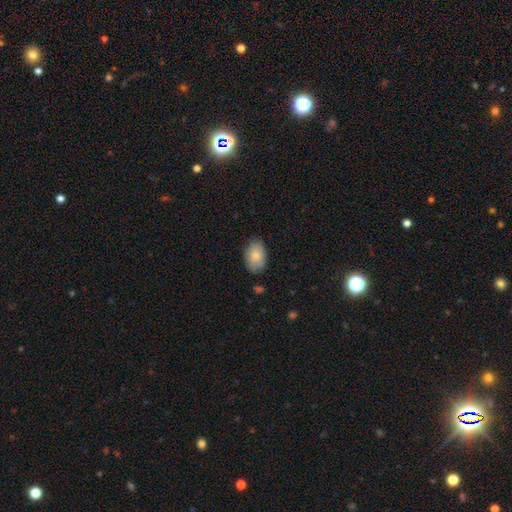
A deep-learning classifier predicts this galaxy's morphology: This is clearly a smooth galaxy (80%). How rounded: clearly in between (88%). Merging: clearly none (81%).